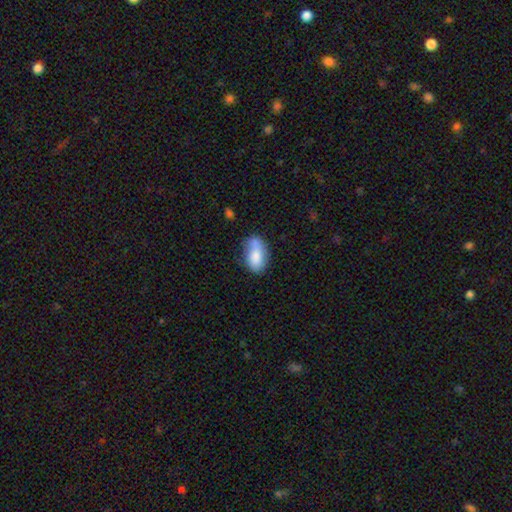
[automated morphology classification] This appears to be a smooth galaxy with no disk features (75%) that is in between round and cigar-shaped (90%). Merging: none (42%).